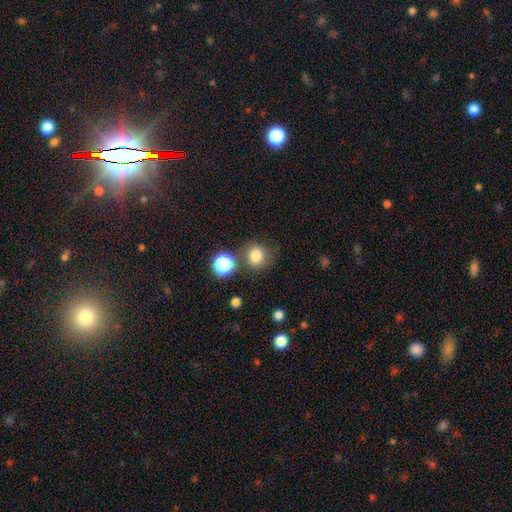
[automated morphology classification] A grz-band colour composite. It shows a smooth galaxy with no disk features (80%) that is round (78%). Merging: none (70%).